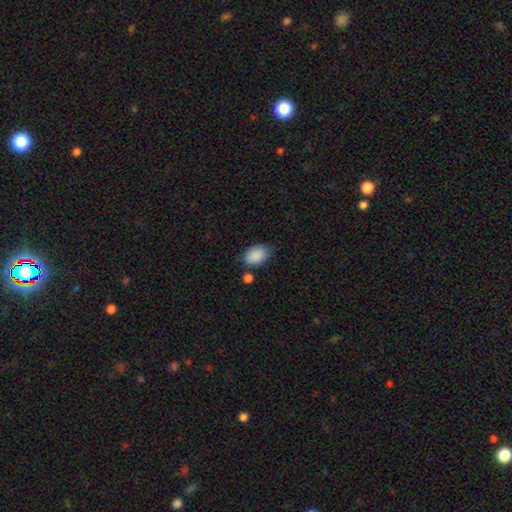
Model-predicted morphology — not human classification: A smooth galaxy with no disk features (88%) that is in between round and cigar-shaped (86%). Merging: none (65%).